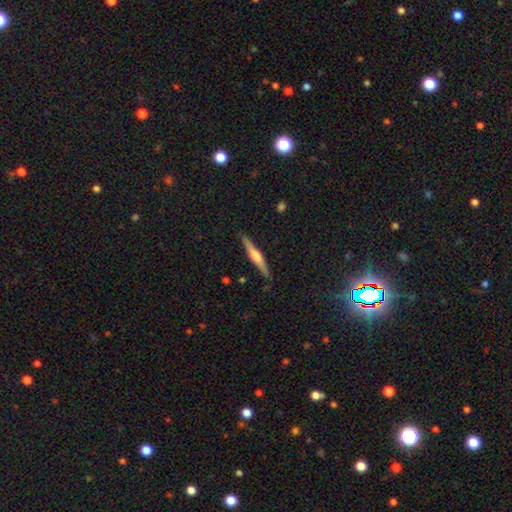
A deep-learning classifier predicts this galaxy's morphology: This appears to be a featured or disk galaxy (65%) viewed edge-on (98%) with a rounded central bulge (76%). Merging: none (90%).